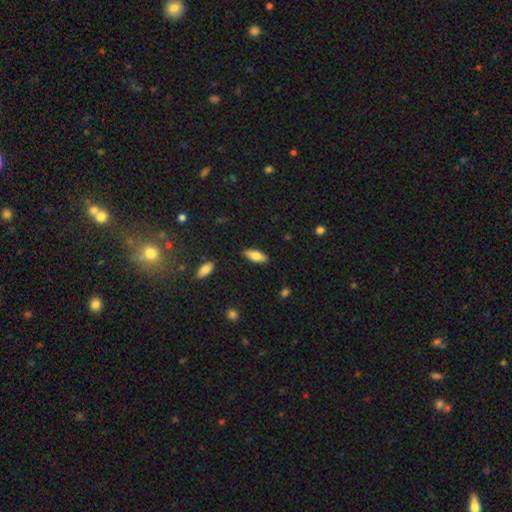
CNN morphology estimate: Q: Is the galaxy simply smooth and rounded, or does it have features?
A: smooth — 71%.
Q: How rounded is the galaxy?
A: in between — 74%.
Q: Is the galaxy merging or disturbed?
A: none — 86%.